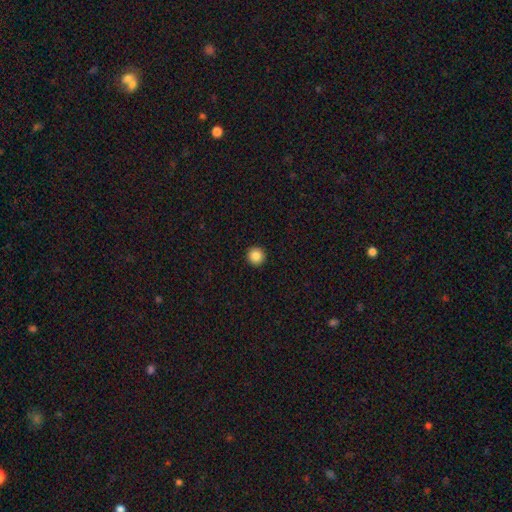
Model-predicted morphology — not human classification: type=smooth (86%); roundness=round (96%); merging=none (94%).